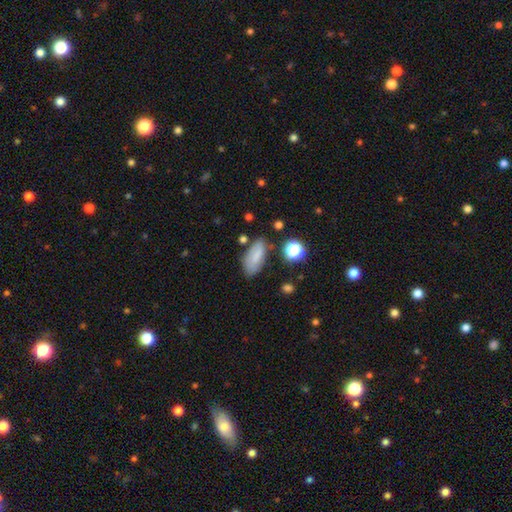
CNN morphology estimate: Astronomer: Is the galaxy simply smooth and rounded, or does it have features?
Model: smooth — 75%.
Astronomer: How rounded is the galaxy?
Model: in between — 86%.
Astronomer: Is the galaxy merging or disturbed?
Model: none — 72%.